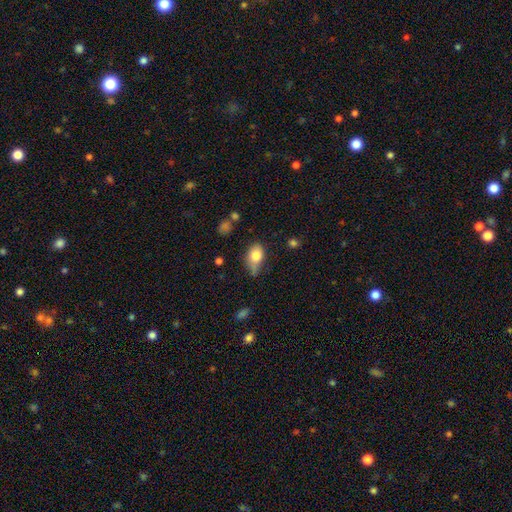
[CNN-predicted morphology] Smooth or featured: smooth — 78% (featured or disk — 13%)
How rounded: in between — 83% (round — 14%)
Merging: none — 44% (minor disturbance — 39%)